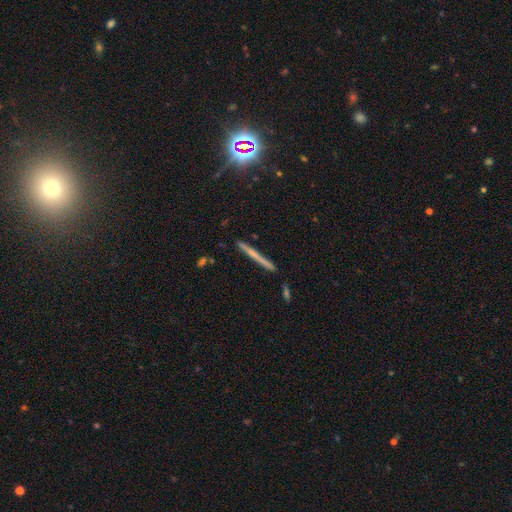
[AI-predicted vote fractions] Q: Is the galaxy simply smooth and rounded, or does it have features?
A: featured or disk — 47%.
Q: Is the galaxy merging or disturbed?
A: none — 88%.